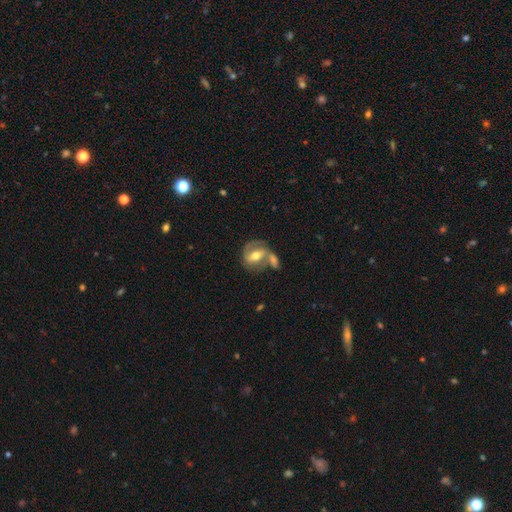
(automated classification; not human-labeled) This appears to be a featured or disk galaxy (67%) with a strong bar (42%), spiral arms (75%) and a moderate central bulge (71%). Merging: none (39%).